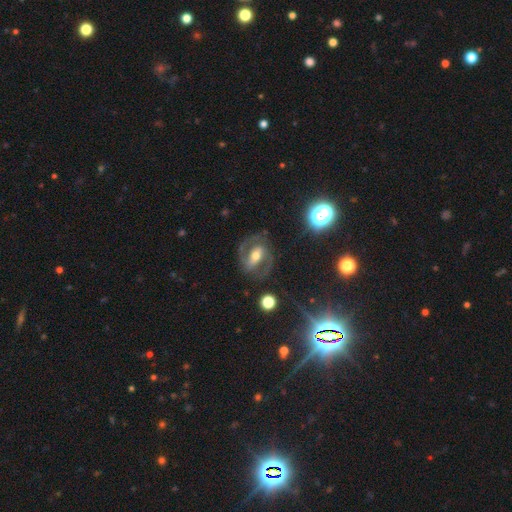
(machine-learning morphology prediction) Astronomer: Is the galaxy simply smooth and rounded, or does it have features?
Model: featured or disk — 81%.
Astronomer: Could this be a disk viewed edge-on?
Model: no — 96%.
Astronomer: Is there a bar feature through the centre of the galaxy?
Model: strong — 43% (runner-up: weak, 37%).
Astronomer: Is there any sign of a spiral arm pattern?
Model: yes — 93%.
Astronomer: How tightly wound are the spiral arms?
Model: medium — 57%.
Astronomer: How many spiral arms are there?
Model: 2 — 91%.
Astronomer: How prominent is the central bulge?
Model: moderate — 65%.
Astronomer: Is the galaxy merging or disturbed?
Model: none — 76%.